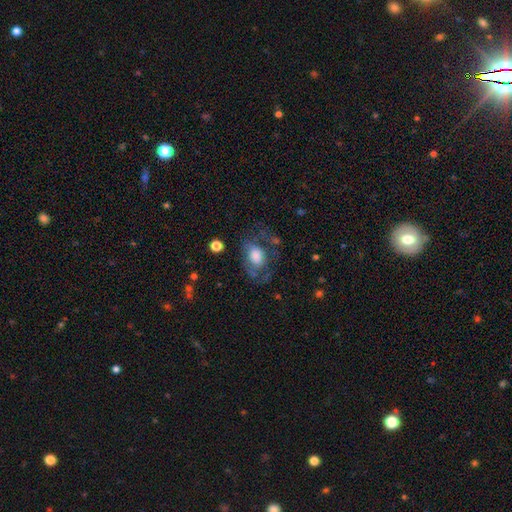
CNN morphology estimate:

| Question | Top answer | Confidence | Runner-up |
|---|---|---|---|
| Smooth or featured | smooth | 48% | featured or disk (43%) |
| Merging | none | 47% | major disturbance (28%) |